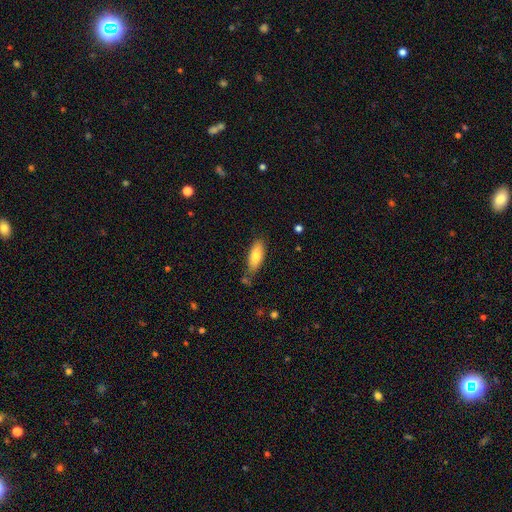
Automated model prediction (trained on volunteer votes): Q: Smooth or featured?
A: smooth (77%); runner-up: featured or disk (16%)
Q: How rounded?
A: in between (71%); runner-up: cigar-shaped (27%)
Q: Merging?
A: none (72%); runner-up: minor disturbance (19%)